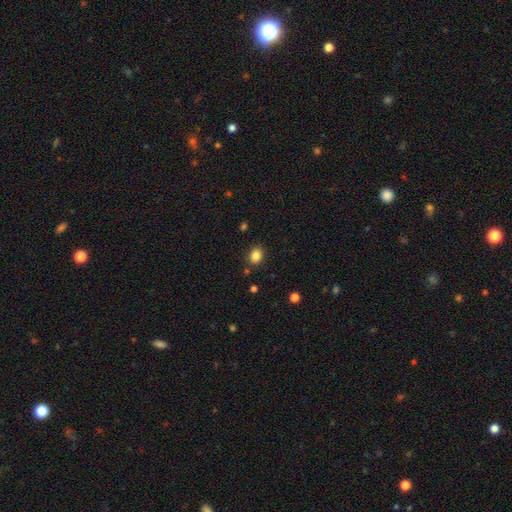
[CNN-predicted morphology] type=smooth (84%); roundness=round (51%); merging=none (84%).